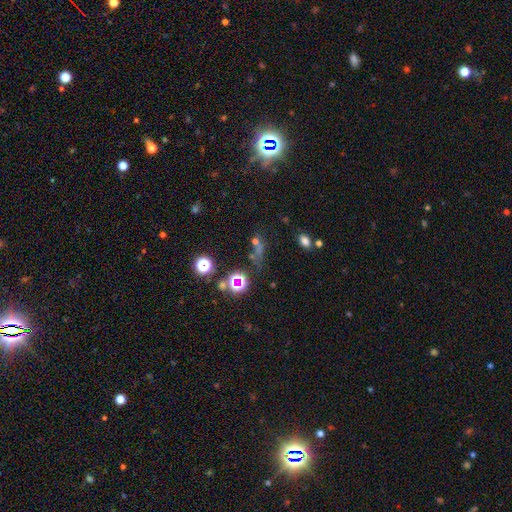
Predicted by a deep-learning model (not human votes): Smooth or featured? Predicted: star or artifact (p=0.63).